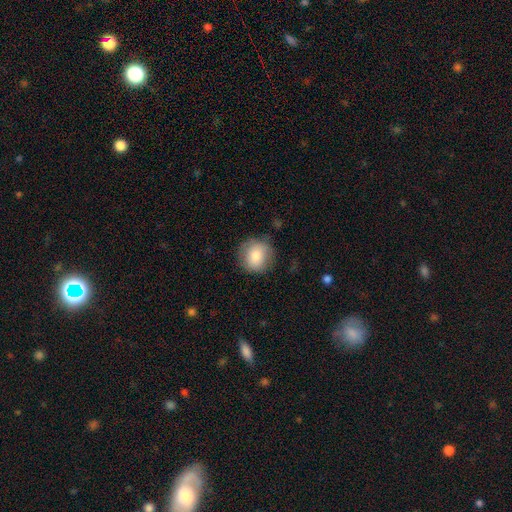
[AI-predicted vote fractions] smooth-or-featured: smooth: 81% | featured or disk: 12% | star or artifact: 7%
  how-rounded: round: 89% | in between: 10% | cigar-shaped: 1%
  merging: none: 77% | minor disturbance: 17% | major disturbance: 5% | merger: 1%